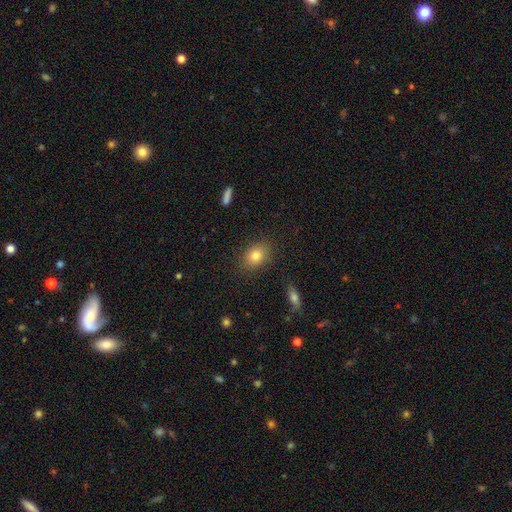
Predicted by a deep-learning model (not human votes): This appears to be a smooth galaxy with no disk features (81%) that is in between round and cigar-shaped (68%). Merging: none (86%).